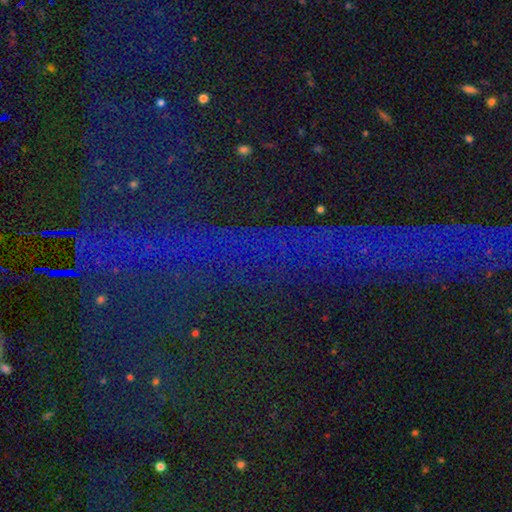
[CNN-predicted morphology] Smooth or featured: star or artifact — 82% (smooth — 9%)